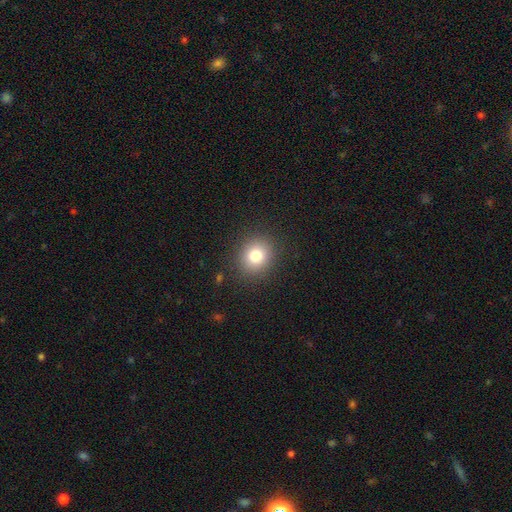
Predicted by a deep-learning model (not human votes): The model was most divided on "how rounded": round: 77%, in between: 22%, cigar-shaped: 1%. More confident: merging — none (88%); smooth or featured — smooth (79%).